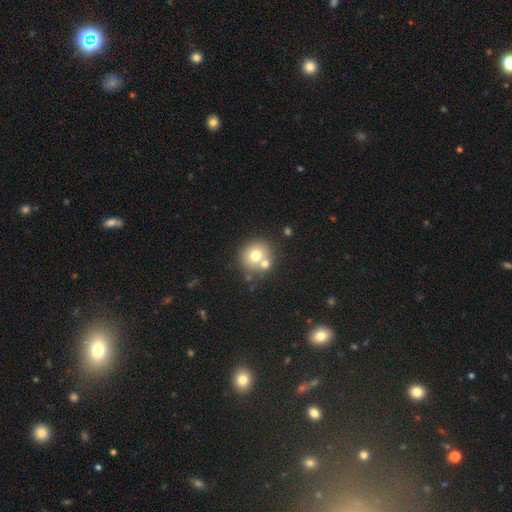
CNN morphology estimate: type=smooth (71%); roundness=round (89%); merging=none (59%).